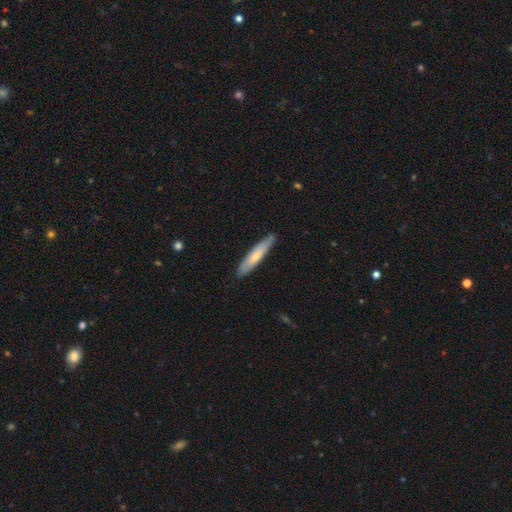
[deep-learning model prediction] This appears to be a smooth galaxy with no disk features (64%) that is cigar-shaped (87%). Merging: none (83%).